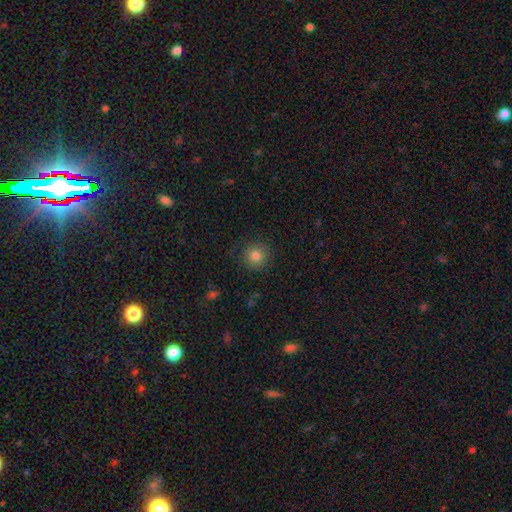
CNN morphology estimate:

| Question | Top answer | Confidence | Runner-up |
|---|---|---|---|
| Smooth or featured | smooth | 82% | star or artifact (12%) |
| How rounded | round | 93% | in between (6%) |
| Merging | none | 88% | minor disturbance (8%) |